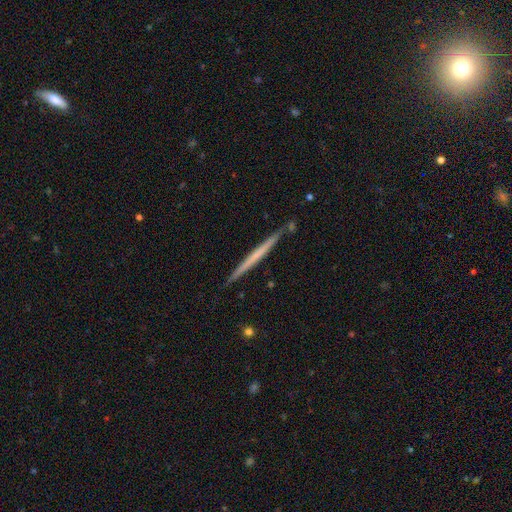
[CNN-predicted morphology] featured or disk 54%, smooth 41%, star or artifact 5%. Down the decision tree: edge-on disk — yes (98%); edge-on bulge — none (90%); merging — none (89%).